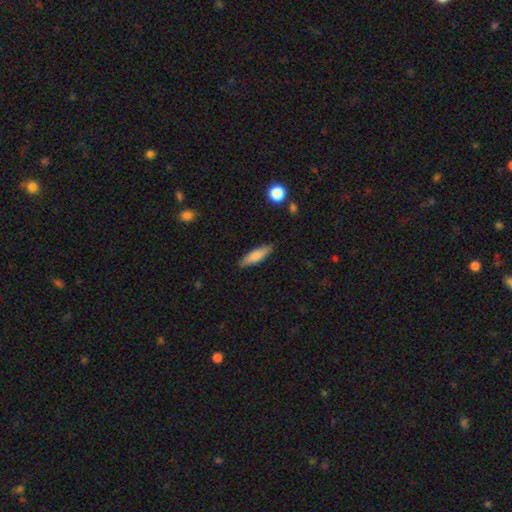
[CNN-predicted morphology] Smooth or featured? smooth (76%)
How rounded? cigar-shaped (61%)
Merging? none (86%)